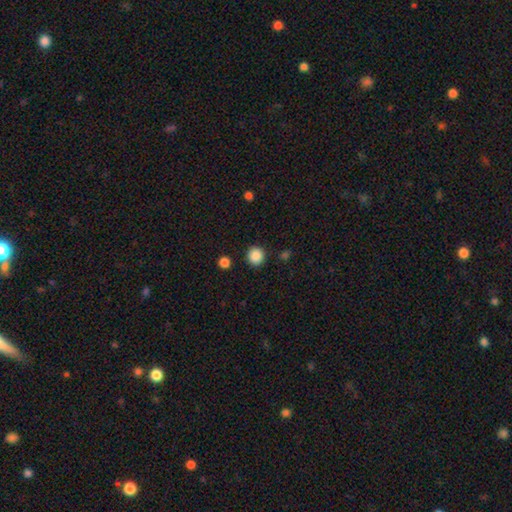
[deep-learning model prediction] Q: Smooth or featured?
A: smooth (88%); runner-up: star or artifact (9%)
Q: How rounded?
A: round (93%); runner-up: in between (6%)
Q: Merging?
A: none (91%); runner-up: minor disturbance (5%)